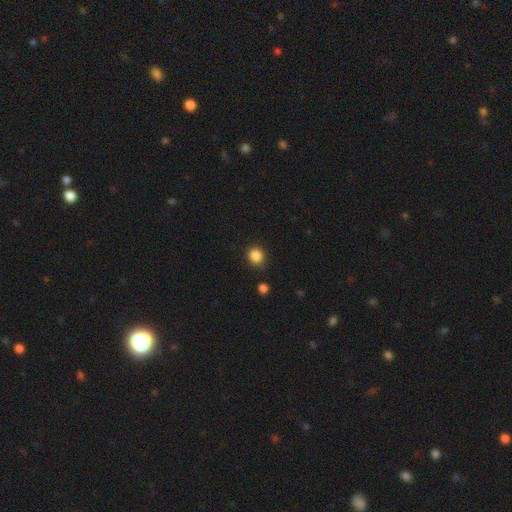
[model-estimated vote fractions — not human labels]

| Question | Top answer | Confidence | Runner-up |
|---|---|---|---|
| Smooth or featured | smooth | 86% | star or artifact (11%) |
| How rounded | round | 79% | in between (20%) |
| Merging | none | 84% | minor disturbance (11%) |